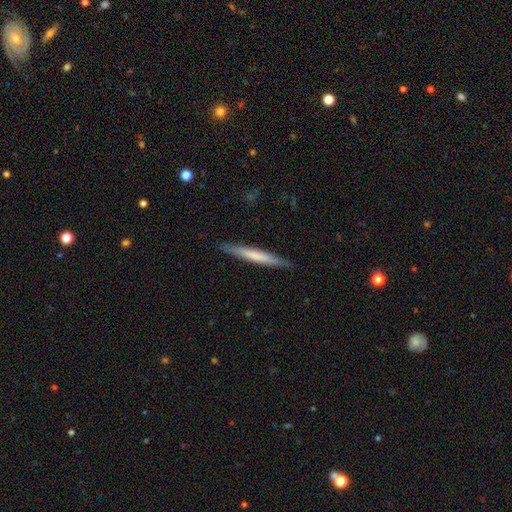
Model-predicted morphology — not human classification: The model was most divided on "smooth or featured": smooth: 57%, featured or disk: 38%, star or artifact: 5%. More confident: how rounded — cigar-shaped (96%); merging — none (88%).